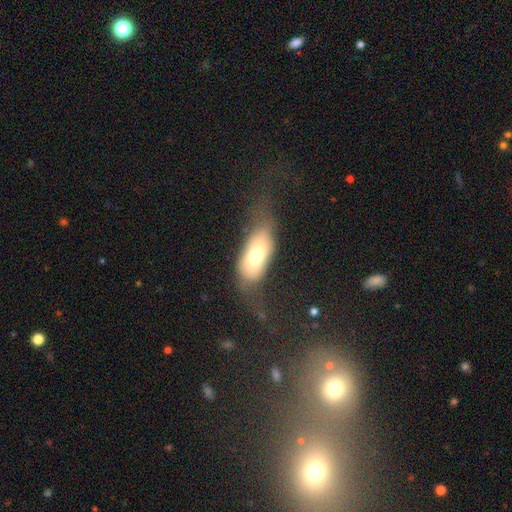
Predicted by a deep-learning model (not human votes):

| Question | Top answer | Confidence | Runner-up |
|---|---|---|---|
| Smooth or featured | smooth | 69% | featured or disk (24%) |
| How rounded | in between | 87% | cigar-shaped (8%) |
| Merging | none | 38% | major disturbance (33%) |